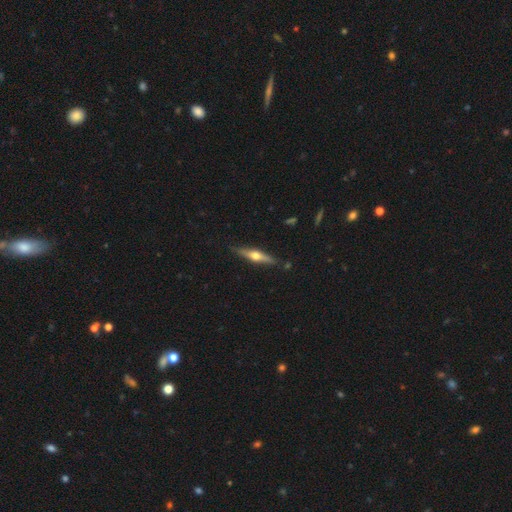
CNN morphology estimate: featured or disk 67%, smooth 28%, star or artifact 5%. Down the decision tree: edge-on disk — yes (96%); edge-on bulge — rounded (94%); merging — none (86%).